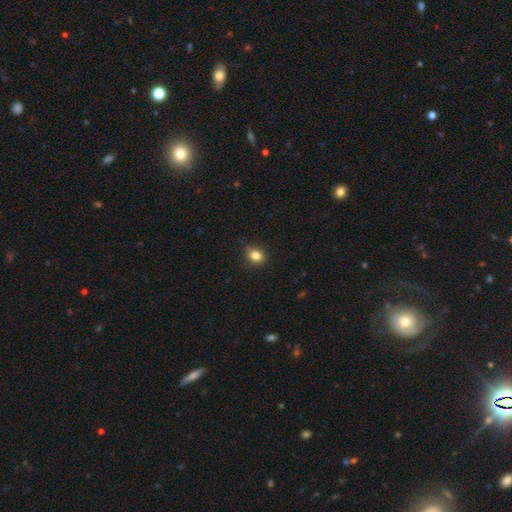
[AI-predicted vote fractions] A smooth galaxy with no disk features (83%) that is round (71%).

Vote fractions:
- Smooth or featured? smooth: 83% / star or artifact: 12% / featured or disk: 6%
- How rounded? round: 71% / in between: 28% / cigar-shaped: 1%
- Merging? none: 79% / minor disturbance: 15% / major disturbance: 3% / merger: 3%